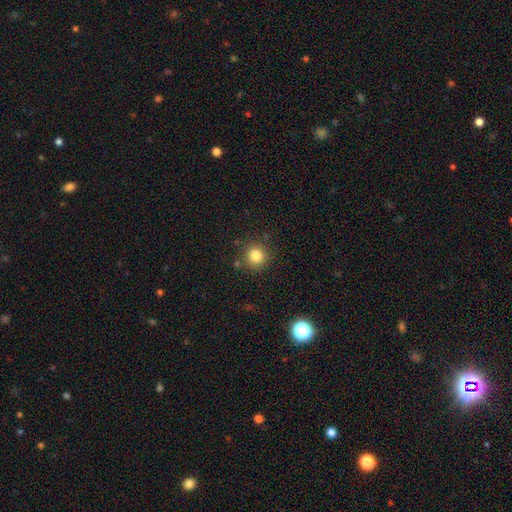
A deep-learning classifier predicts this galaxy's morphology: Smooth or featured?
  - smooth: 82% *
  - star or artifact: 12%
  - featured or disk: 6%
How rounded?
  - round: 93% *
  - in between: 6%
  - cigar-shaped: 1%
Merging?
  - none: 85% *
  - minor disturbance: 8%
  - merger: 4%
  - major disturbance: 3%